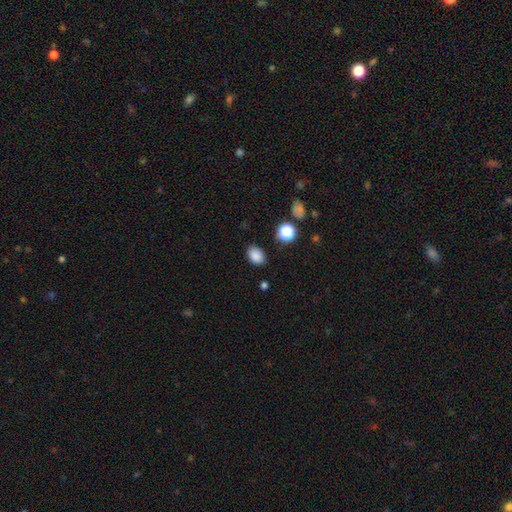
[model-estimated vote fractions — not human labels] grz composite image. It shows a smooth galaxy with no disk features (85%) that is in between round and cigar-shaped (73%). Merging: none (84%).